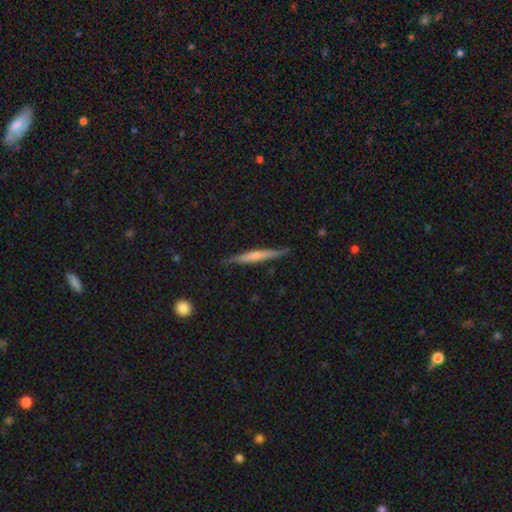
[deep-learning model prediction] smooth 47% (tied), featured or disk 47% (tied), star or artifact 6%. Down the decision tree: merging — none (86%).